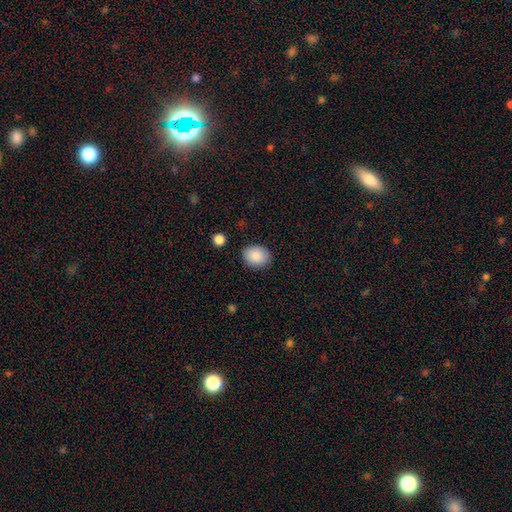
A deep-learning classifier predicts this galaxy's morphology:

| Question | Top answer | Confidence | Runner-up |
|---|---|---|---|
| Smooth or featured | smooth | 87% | star or artifact (7%) |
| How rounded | in between | 57% | round (42%) |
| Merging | none | 85% | minor disturbance (11%) |